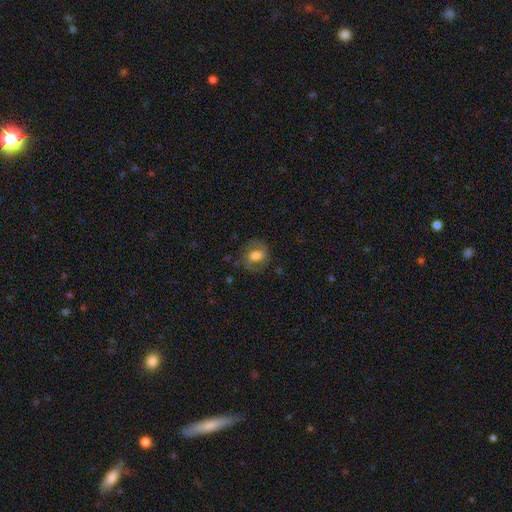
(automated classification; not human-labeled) This appears to be a featured or disk galaxy (49%). Merging: none (68%).